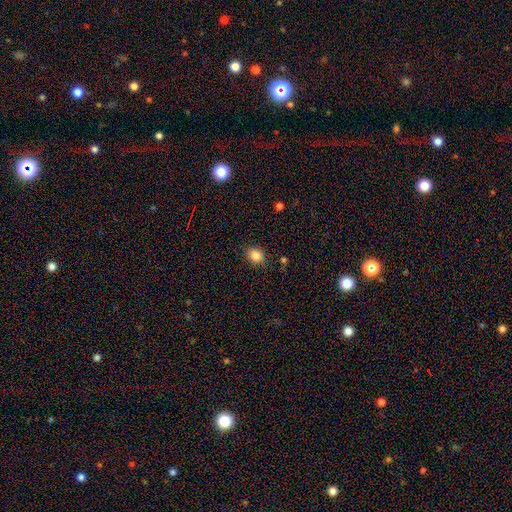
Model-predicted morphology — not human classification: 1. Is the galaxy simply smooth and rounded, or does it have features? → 86% smooth, 10% star or artifact, 5% featured or disk.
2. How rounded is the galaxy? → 56% in between, 43% round, 1% cigar-shaped.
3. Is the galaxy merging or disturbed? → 84% none, 11% minor disturbance, 3% major disturbance, 2% merger.